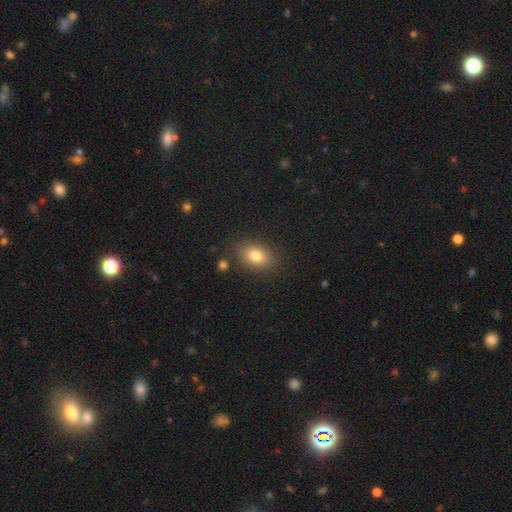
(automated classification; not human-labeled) smooth 80%, featured or disk 10%, star or artifact 10%. Down the decision tree: how rounded — in between (75%); merging — none (83%).